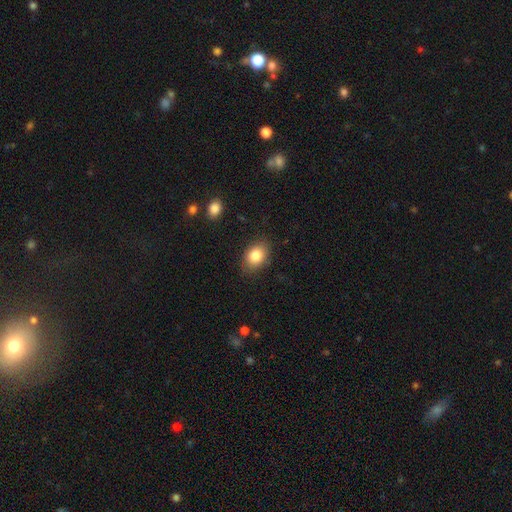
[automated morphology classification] Smooth or featured? Predicted: smooth (p=0.83). How rounded? Predicted: in between (p=0.75). Merging? Predicted: none (p=0.84).